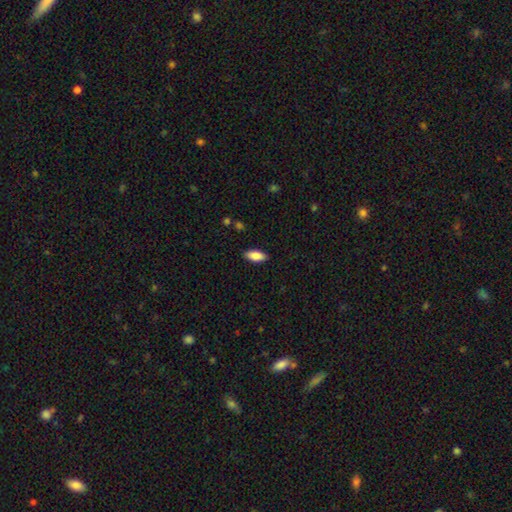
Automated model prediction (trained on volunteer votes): smooth-or-featured: smooth: 86% | featured or disk: 7% | star or artifact: 7%
  how-rounded: in between: 85% | cigar-shaped: 13% | round: 2%
  merging: none: 88% | minor disturbance: 9% | major disturbance: 2% | merger: 1%